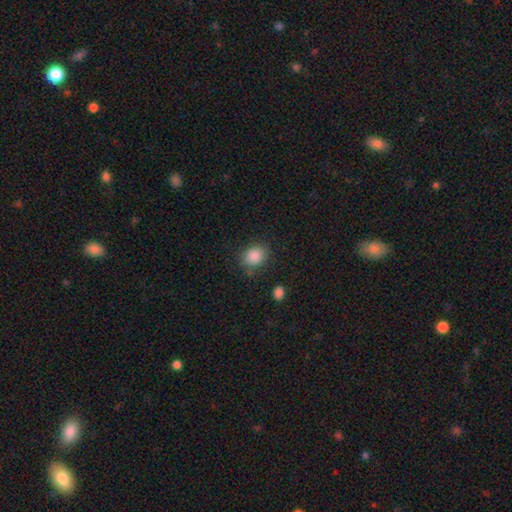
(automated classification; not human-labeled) This appears to be a smooth galaxy with no disk features (87%) that is round (55%). Merging: none (78%).